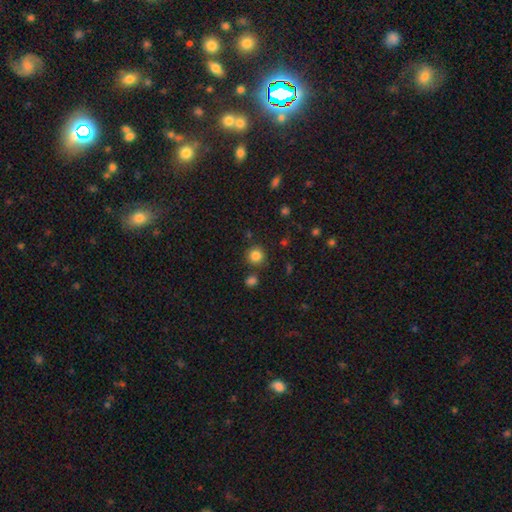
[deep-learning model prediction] smooth-or-featured: smooth: 83% | star or artifact: 12% | featured or disk: 5%
  how-rounded: round: 92% | in between: 7% | cigar-shaped: 1%
  merging: none: 84% | minor disturbance: 8% | merger: 5% | major disturbance: 3%